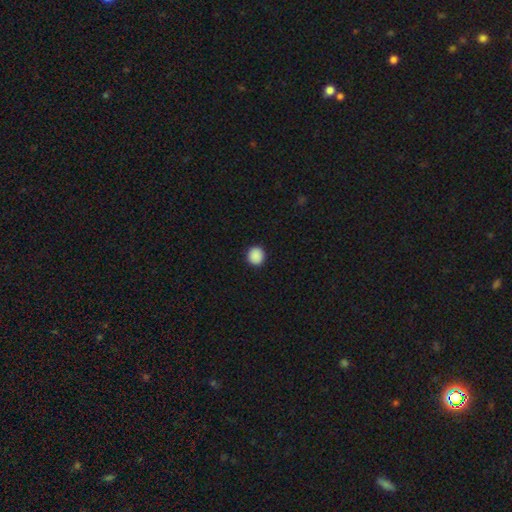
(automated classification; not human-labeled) Morphology: type=smooth (90%); roundness=round (87%); merging=none (92%).